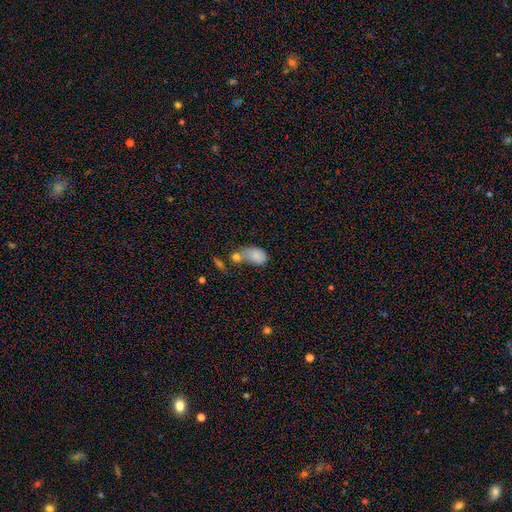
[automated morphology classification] A smooth galaxy with no disk features (78%) that is in between round and cigar-shaped (87%). Merging: merger (41%).